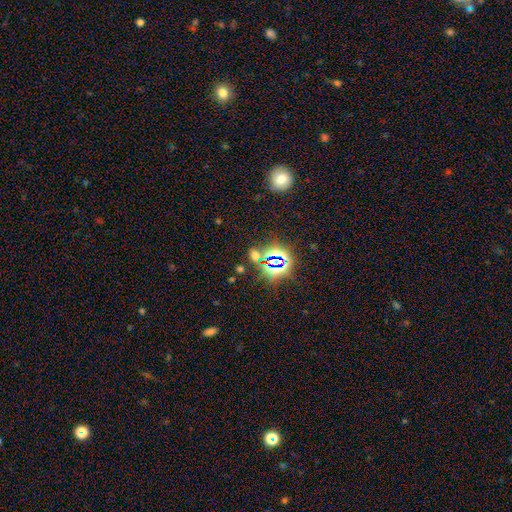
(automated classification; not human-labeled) Smooth or featured? Predicted: star or artifact (p=0.60).